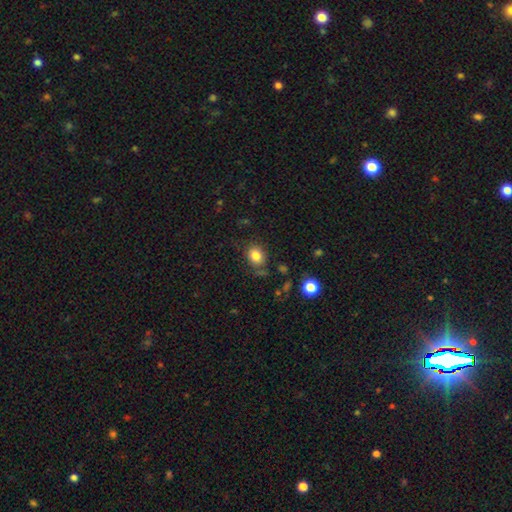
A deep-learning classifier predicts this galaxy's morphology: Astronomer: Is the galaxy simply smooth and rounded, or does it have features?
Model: smooth — 82%.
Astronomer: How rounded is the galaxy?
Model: round — 58% (runner-up: in between, 41%).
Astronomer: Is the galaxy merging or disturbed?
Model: none — 77%.